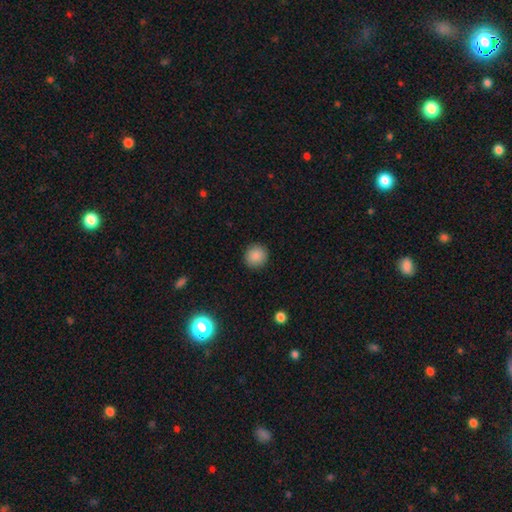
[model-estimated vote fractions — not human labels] A smooth galaxy with no disk features (88%) that is round (92%).

Vote fractions:
- Smooth or featured? smooth: 88% / star or artifact: 9% / featured or disk: 3%
- How rounded? round: 92% / in between: 7% / cigar-shaped: 1%
- Merging? none: 92% / minor disturbance: 6% / major disturbance: 2% / merger: 1%